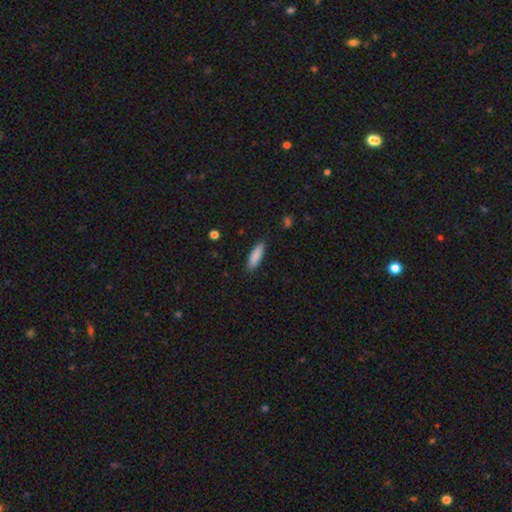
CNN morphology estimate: smooth-or-featured: smooth: 86% | featured or disk: 7% | star or artifact: 6%
  how-rounded: cigar-shaped: 58% | in between: 40% | round: 2%
  merging: none: 89% | minor disturbance: 8% | major disturbance: 2% | merger: 1%